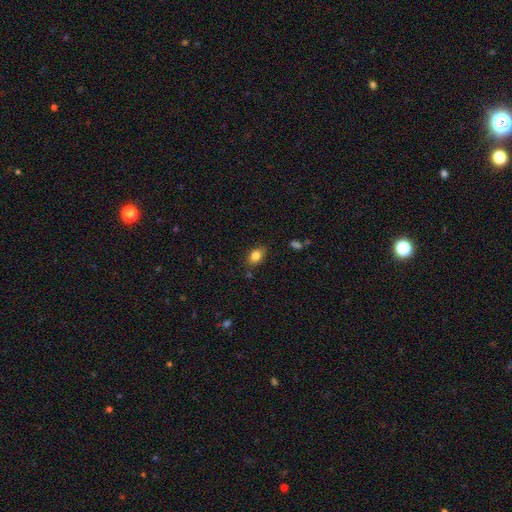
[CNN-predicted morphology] This is clearly a smooth galaxy (83%). How rounded: likely in between (73%). Merging: likely none (79%).